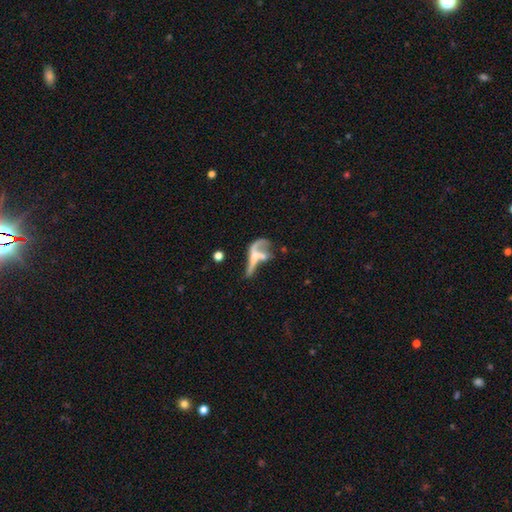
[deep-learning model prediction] Overall: featured or disk (52%; smooth 36%). Edge-on disk: no (68%; yes 32%). Merging: merger (40%; major disturbance 25%).